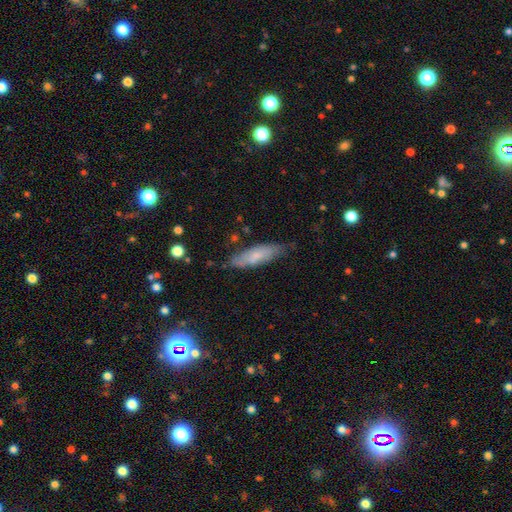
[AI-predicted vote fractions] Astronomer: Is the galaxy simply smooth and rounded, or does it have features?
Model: smooth — 64%.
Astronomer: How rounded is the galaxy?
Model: cigar-shaped — 53% (runner-up: in between, 46%).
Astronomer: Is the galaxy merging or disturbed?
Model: none — 71%.